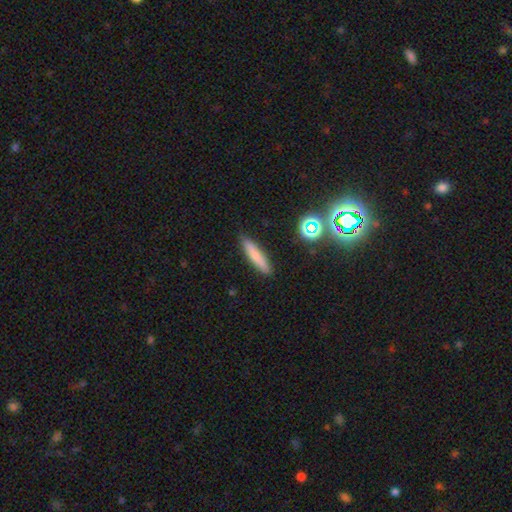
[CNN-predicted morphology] This is likely a smooth galaxy (73%). How rounded: clearly cigar-shaped (86%). Merging: clearly none (88%).